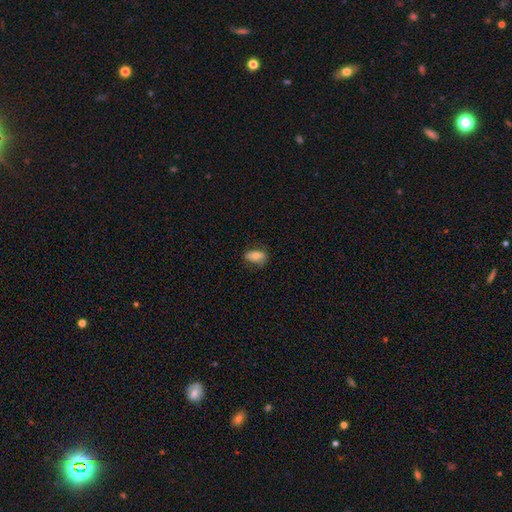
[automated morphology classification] smooth-or-featured: smooth: 62% | featured or disk: 29% | star or artifact: 9%
  how-rounded: in between: 82% | round: 12% | cigar-shaped: 5%
  merging: none: 72% | minor disturbance: 20% | major disturbance: 6% | merger: 1%